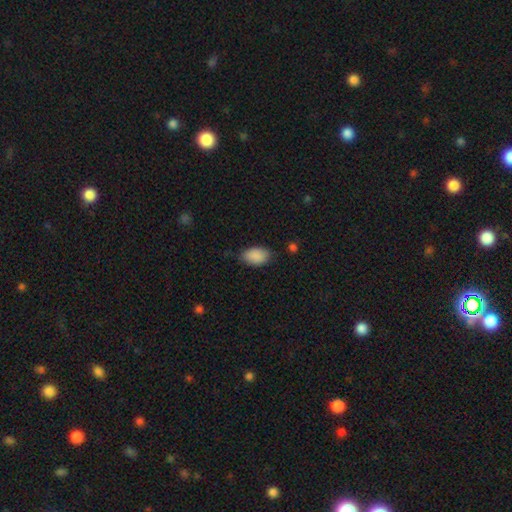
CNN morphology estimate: smooth_or_featured: smooth (p=0.89) [alt: star or artifact p=0.07]
how_rounded: in between (p=0.92) [alt: round p=0.07]
merging: none (p=0.74) [alt: minor disturbance p=0.21]